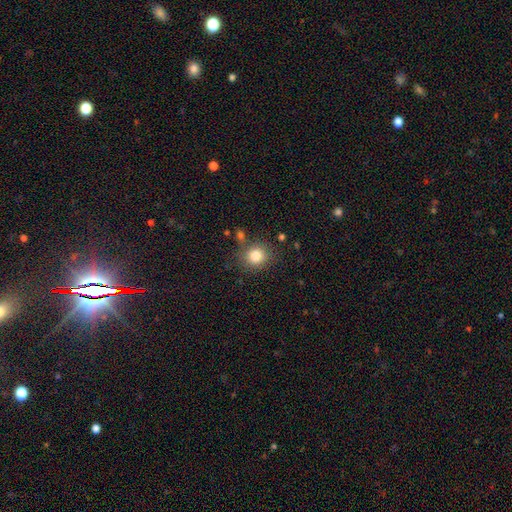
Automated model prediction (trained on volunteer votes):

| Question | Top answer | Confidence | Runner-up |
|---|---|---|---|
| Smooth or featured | smooth | 83% | star or artifact (11%) |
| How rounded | round | 83% | in between (16%) |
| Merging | none | 78% | minor disturbance (12%) |